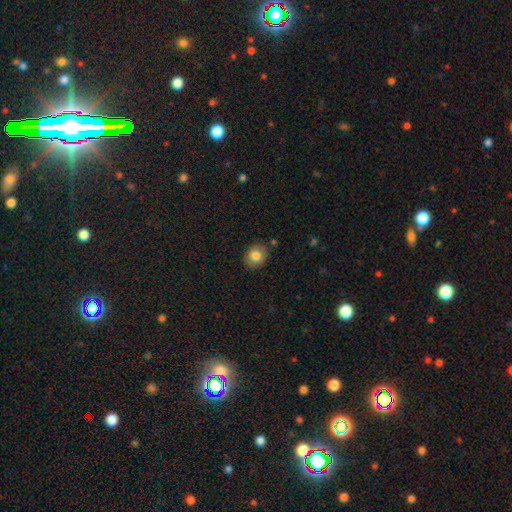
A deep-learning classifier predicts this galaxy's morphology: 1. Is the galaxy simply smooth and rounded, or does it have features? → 81% smooth, 10% featured or disk, 9% star or artifact.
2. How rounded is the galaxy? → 62% round, 38% in between, 1% cigar-shaped.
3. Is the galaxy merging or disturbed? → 85% none, 10% minor disturbance, 2% major disturbance, 2% merger.